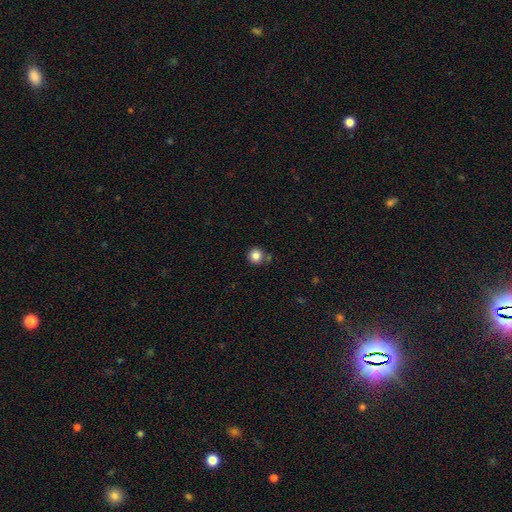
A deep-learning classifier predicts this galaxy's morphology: smooth_or_featured: smooth (p=0.84) [alt: star or artifact p=0.11]
how_rounded: round (p=0.93) [alt: in between p=0.06]
merging: none (p=0.79) [alt: minor disturbance p=0.11]